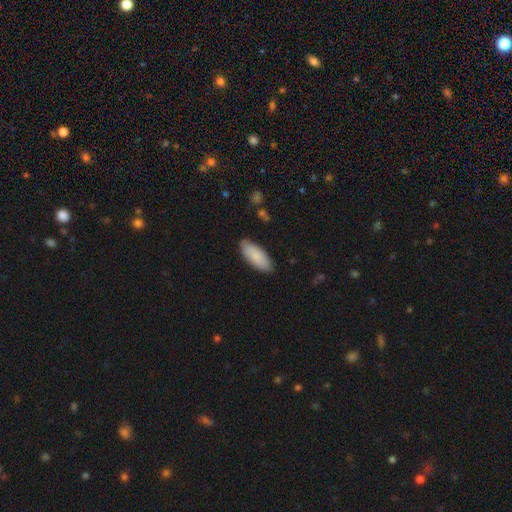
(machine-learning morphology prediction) smooth_or_featured: smooth (p=0.86) [alt: featured or disk p=0.09]
how_rounded: in between (p=0.81) [alt: cigar-shaped p=0.18]
merging: none (p=0.86) [alt: minor disturbance p=0.11]